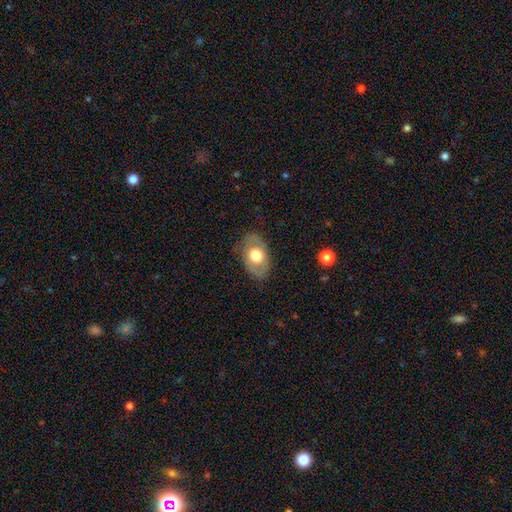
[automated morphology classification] smooth_or_featured: smooth (p=0.56) [alt: featured or disk p=0.38]
how_rounded: in between (p=0.84) [alt: round p=0.14]
merging: none (p=0.76) [alt: minor disturbance p=0.17]